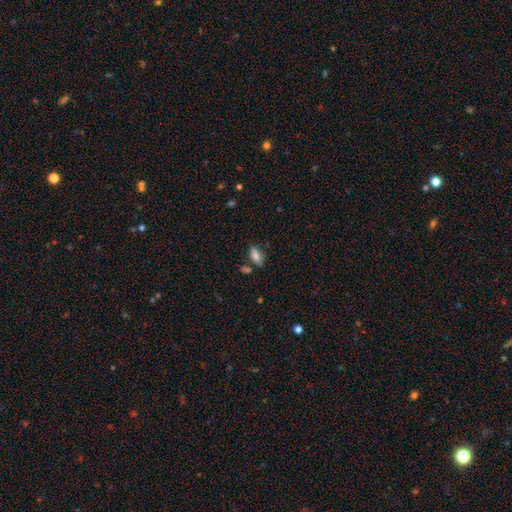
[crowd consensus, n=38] Q: Smooth or featured?
A: smooth (53%); runner-up: featured or disk (42%)
Q: How rounded?
A: in between (80%); runner-up: cigar-shaped (15%)
Q: Merging?
A: none (72%); runner-up: minor disturbance (19%)